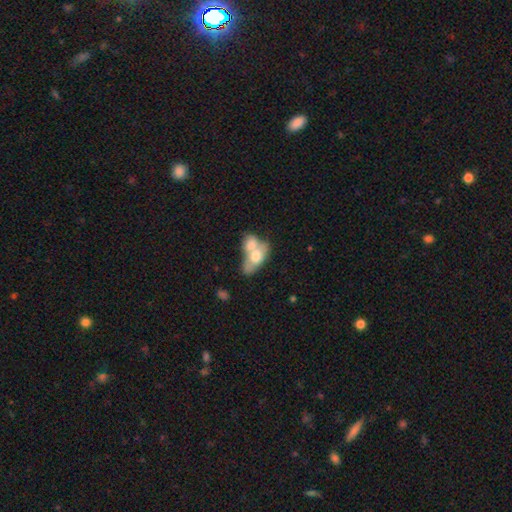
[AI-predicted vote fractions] Smooth or featured? smooth (63%)
How rounded? in between (82%)
Merging? merger (75%)